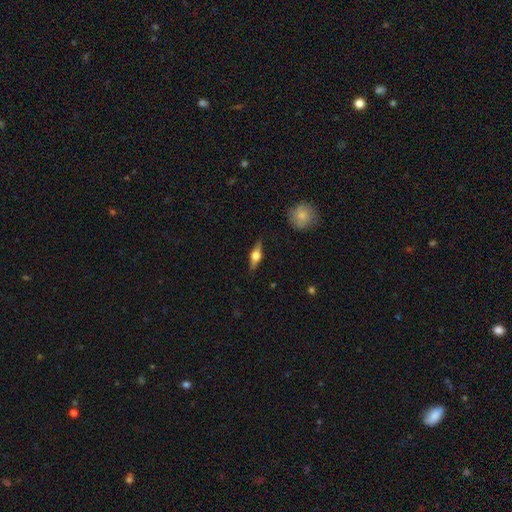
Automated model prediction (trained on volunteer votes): This is likely a featured or disk galaxy (63%). It is clearly viewed edge-on (95%). Edge-on bulge: clearly rounded (93%). Merging: clearly none (86%).